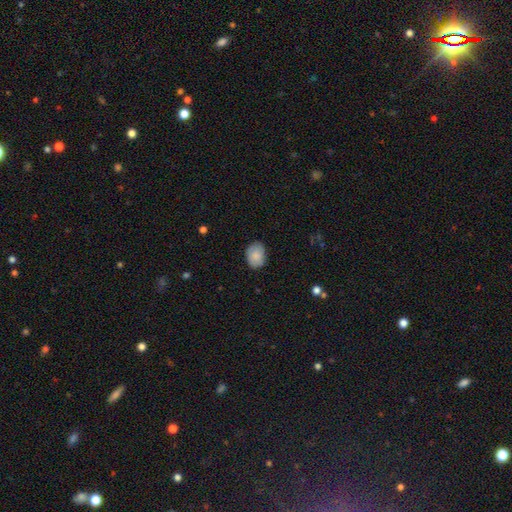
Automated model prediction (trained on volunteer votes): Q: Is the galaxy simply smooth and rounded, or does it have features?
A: smooth — 86%.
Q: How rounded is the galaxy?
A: in between — 70%.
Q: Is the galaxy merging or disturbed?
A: none — 81%.